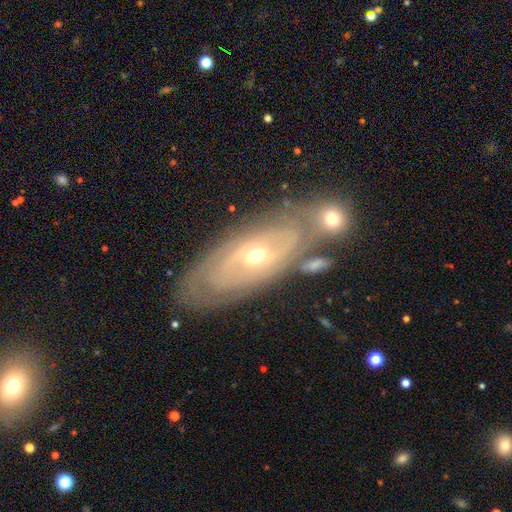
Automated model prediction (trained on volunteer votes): This appears to be a featured or disk galaxy (79%) with no bar (61%), tight (72%) spiral arms (81%) and a moderate central bulge (51%). Merging: none (68%).